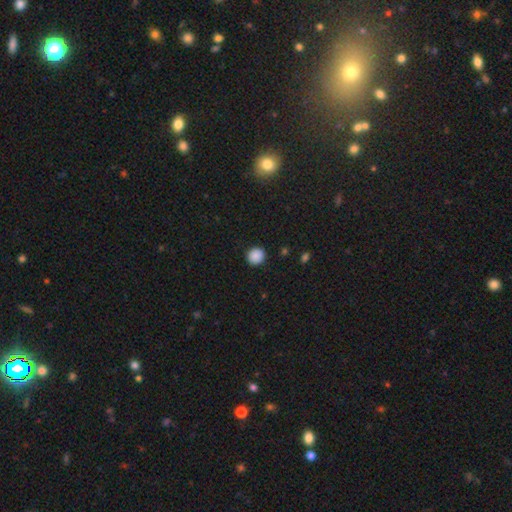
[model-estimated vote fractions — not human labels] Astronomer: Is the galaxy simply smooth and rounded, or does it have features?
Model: smooth — 88%.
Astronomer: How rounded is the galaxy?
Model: round — 90%.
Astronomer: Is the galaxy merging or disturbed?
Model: none — 92%.